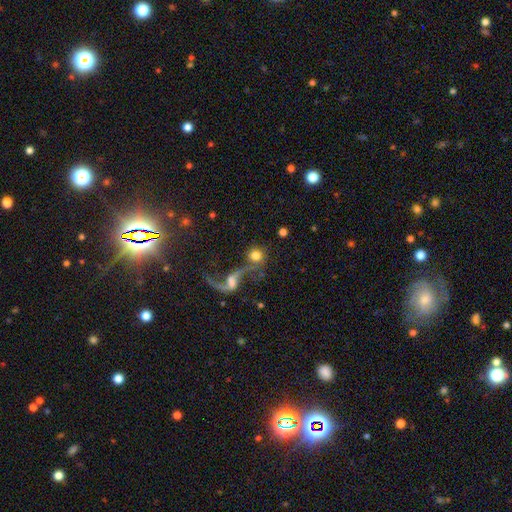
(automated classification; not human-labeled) smooth 64%, featured or disk 25%, star or artifact 11%. Down the decision tree: how rounded — round (88%); merging — none (46%).